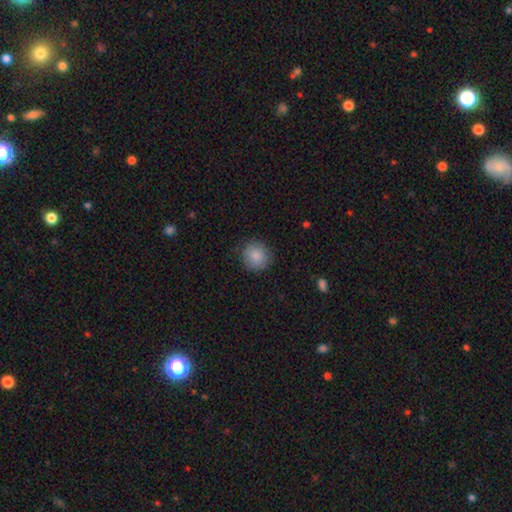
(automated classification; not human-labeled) Smooth or featured?
  - smooth: 86% *
  - star or artifact: 8%
  - featured or disk: 6%
How rounded?
  - round: 91% *
  - in between: 8%
  - cigar-shaped: 1%
Merging?
  - none: 86% *
  - minor disturbance: 11%
  - major disturbance: 3%
  - merger: 1%